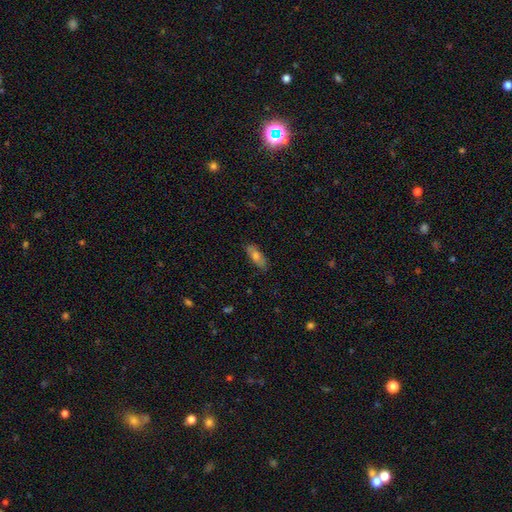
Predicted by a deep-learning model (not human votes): This appears to be a smooth galaxy with no disk features (69%) that is in between round and cigar-shaped (77%). Merging: none (81%).